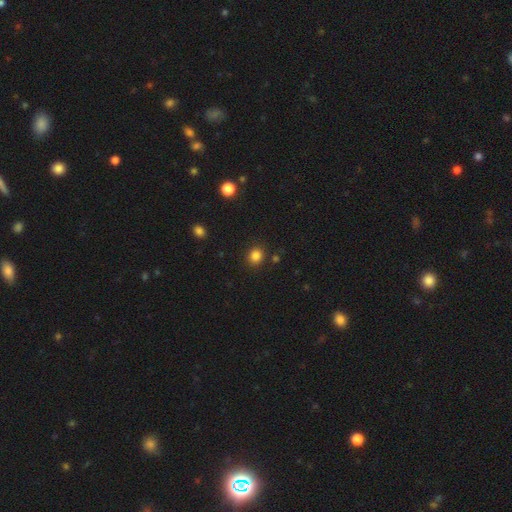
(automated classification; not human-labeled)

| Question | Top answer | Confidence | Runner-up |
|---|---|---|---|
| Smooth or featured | smooth | 84% | star or artifact (12%) |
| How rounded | round | 85% | in between (14%) |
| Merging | none | 88% | minor disturbance (7%) |